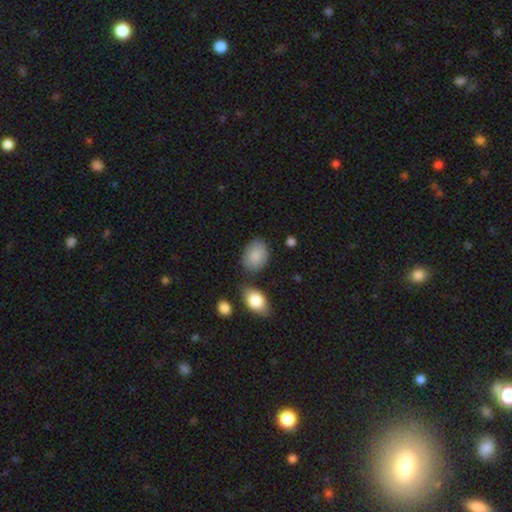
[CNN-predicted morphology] Q: Smooth or featured?
A: smooth (86%); runner-up: featured or disk (8%)
Q: How rounded?
A: in between (76%); runner-up: round (23%)
Q: Merging?
A: none (72%); runner-up: minor disturbance (17%)